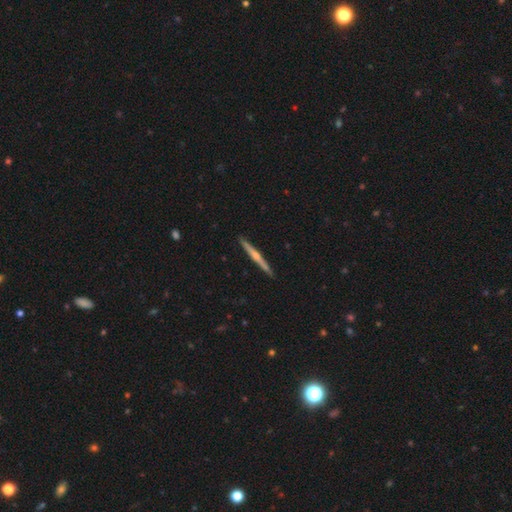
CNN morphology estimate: Overall: featured or disk (63%; smooth 32%). Edge-on disk: yes (98%). Edge-on bulge: rounded (62%; none 30%). Merging: none (92%).